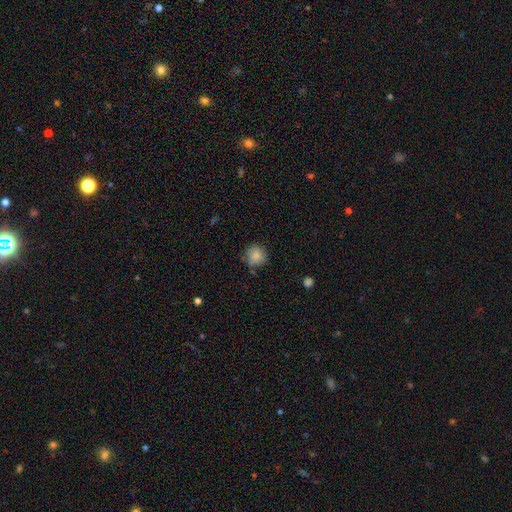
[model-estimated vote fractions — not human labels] Smooth or featured: smooth — 85% (star or artifact — 9%)
How rounded: round — 89% (in between — 10%)
Merging: none — 75% (minor disturbance — 18%)